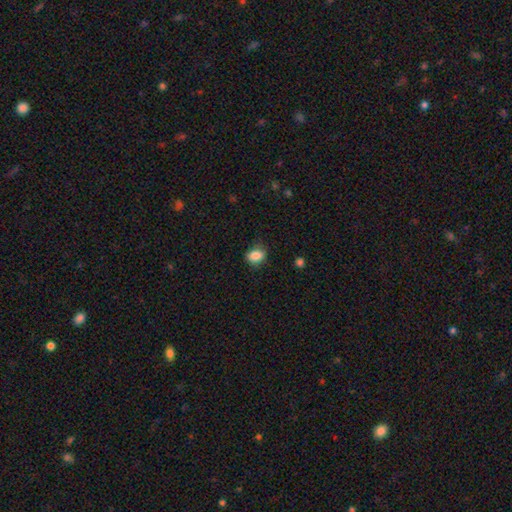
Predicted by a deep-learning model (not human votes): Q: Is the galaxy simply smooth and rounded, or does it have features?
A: smooth — 85%.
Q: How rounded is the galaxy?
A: in between — 59%.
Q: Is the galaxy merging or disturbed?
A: none — 79%.